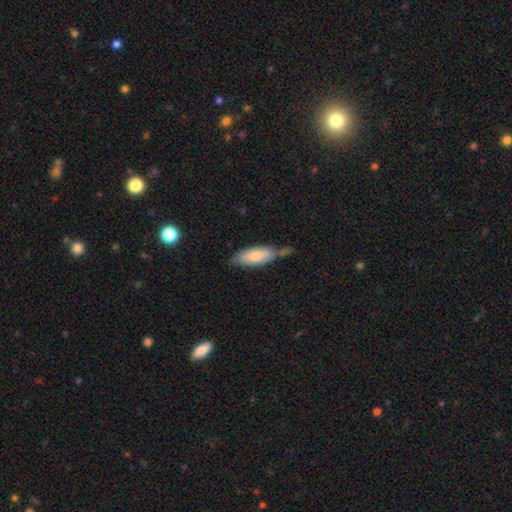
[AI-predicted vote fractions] Q: Smooth or featured?
A: smooth (78%); runner-up: featured or disk (17%)
Q: How rounded?
A: in between (72%); runner-up: cigar-shaped (27%)
Q: Merging?
A: none (44%); runner-up: minor disturbance (28%)